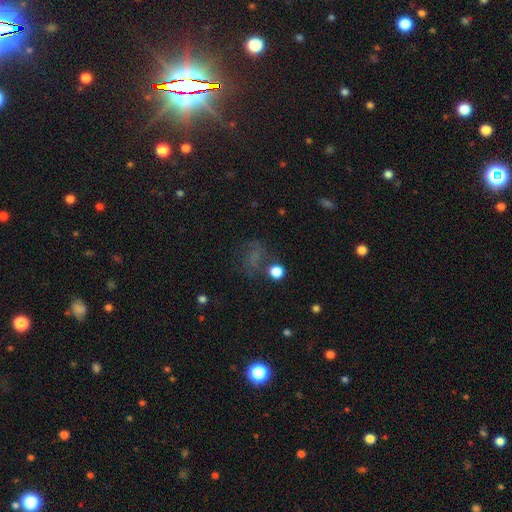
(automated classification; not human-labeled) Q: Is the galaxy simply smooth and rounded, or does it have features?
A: smooth — 40%.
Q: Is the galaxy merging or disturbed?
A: none — 54%.